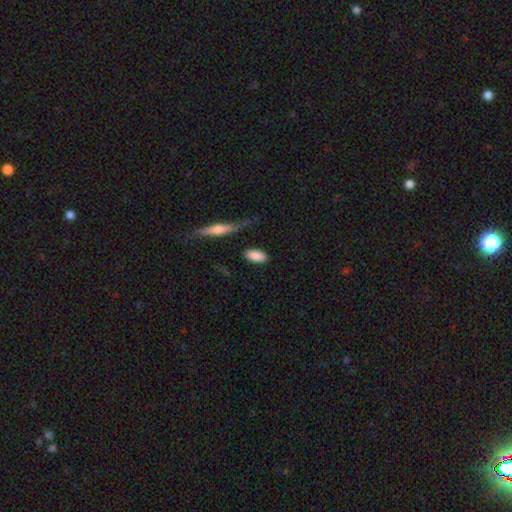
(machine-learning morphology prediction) Smooth or featured: smooth — 87% (featured or disk — 7%)
How rounded: in between — 92% (cigar-shaped — 5%)
Merging: none — 78% (minor disturbance — 13%)